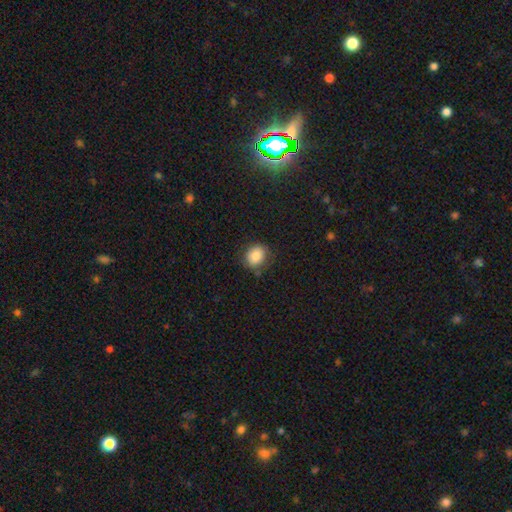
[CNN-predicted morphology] A smooth galaxy with no disk features (82%) that is round (64%). Merging: none (77%).